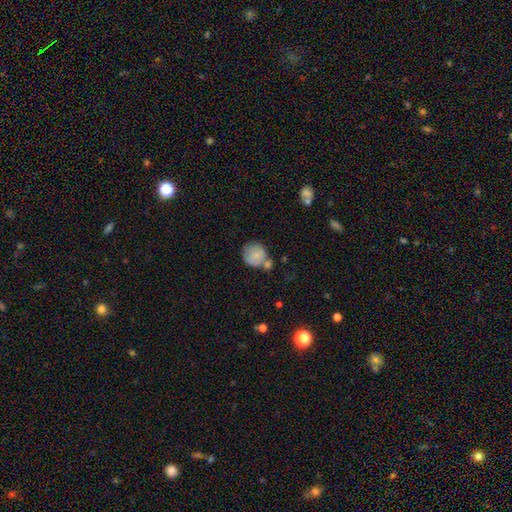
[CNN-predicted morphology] smooth_or_featured: smooth (p=0.76) [alt: featured or disk p=0.16]
how_rounded: round (p=0.84) [alt: in between p=0.15]
merging: none (p=0.46) [alt: merger p=0.27]